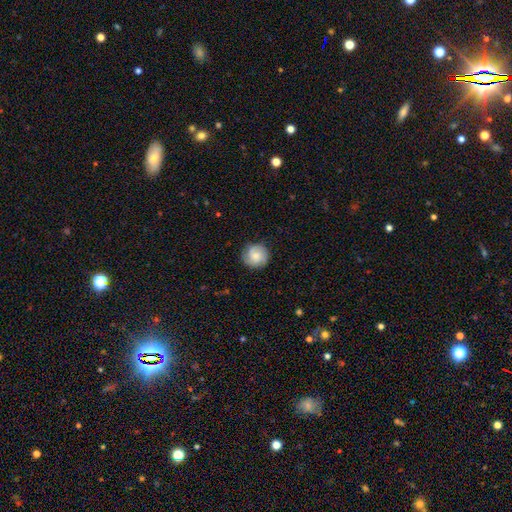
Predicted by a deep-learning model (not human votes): Overall: smooth (50%; featured or disk 42%). Merging: none (84%).